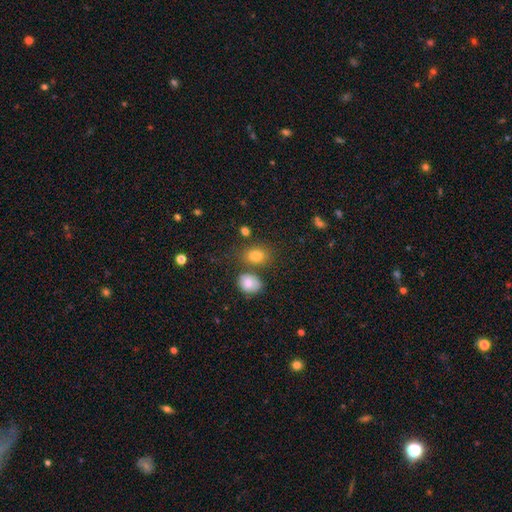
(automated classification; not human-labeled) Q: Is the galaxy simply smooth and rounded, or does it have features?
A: smooth — 82%.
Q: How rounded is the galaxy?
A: in between — 58%.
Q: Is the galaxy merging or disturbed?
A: none — 67%.